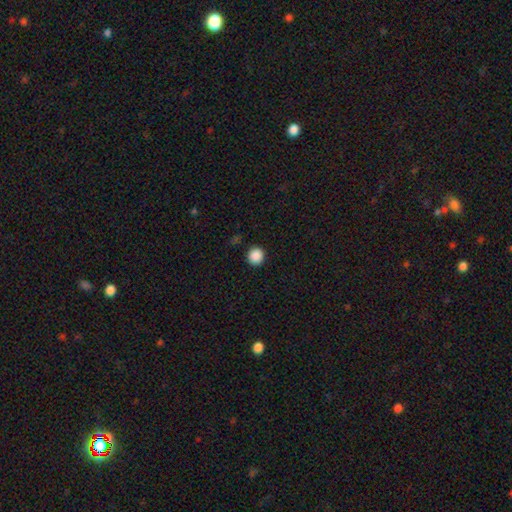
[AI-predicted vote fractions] smooth 89%, star or artifact 9%, featured or disk 2%. Down the decision tree: how rounded — round (92%); merging — none (91%).